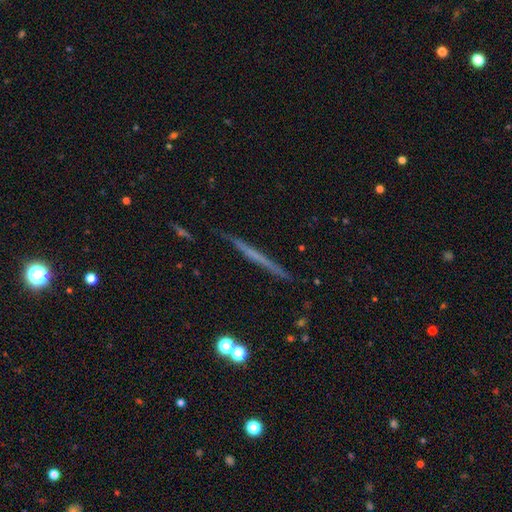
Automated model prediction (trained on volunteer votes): featured or disk 55%, smooth 36%, star or artifact 9%. Down the decision tree: edge-on disk — yes (97%); edge-on bulge — none (90%); merging — none (89%).